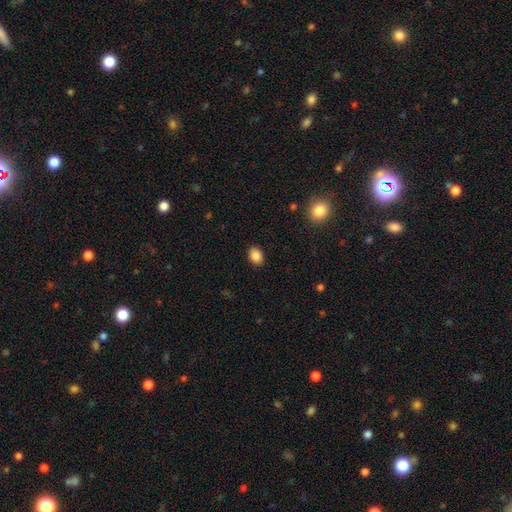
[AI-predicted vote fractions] Morphology: type=smooth (87%); roundness=in between (67%); merging=none (89%).